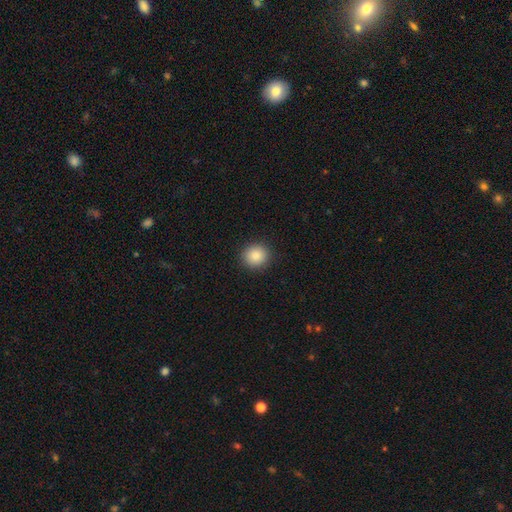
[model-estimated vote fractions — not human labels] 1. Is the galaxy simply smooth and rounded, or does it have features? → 86% smooth, 9% star or artifact, 5% featured or disk.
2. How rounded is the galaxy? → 89% round, 10% in between, 1% cigar-shaped.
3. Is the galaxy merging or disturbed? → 91% none, 6% minor disturbance, 2% major disturbance, 1% merger.